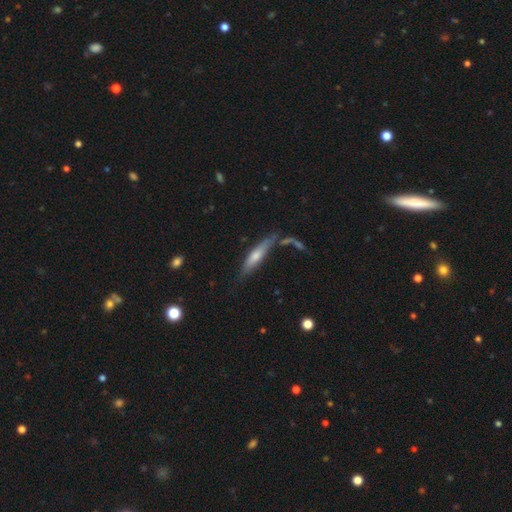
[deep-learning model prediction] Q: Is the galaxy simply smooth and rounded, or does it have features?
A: smooth — 48%.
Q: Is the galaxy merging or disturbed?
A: none — 62%.